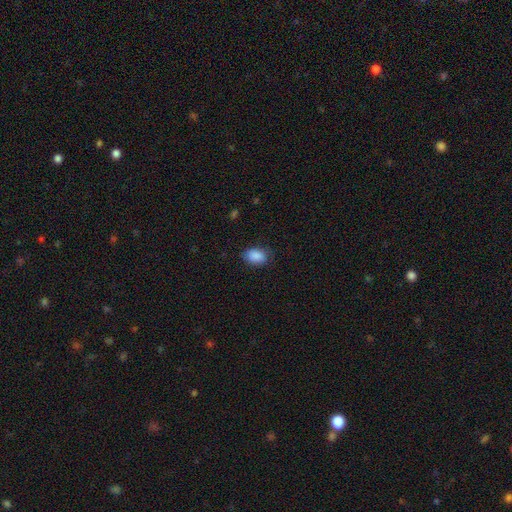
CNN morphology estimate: This is clearly a smooth galaxy (89%). How rounded: clearly in between (83%). Merging: likely none (79%).